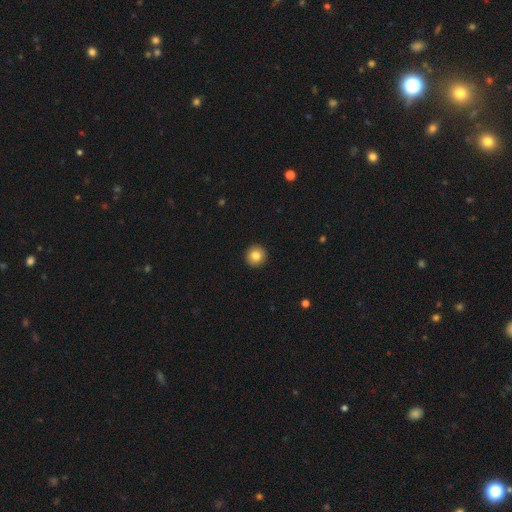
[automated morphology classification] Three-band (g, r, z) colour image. It shows a smooth galaxy with no disk features (83%) that is round (95%). Merging: none (94%).